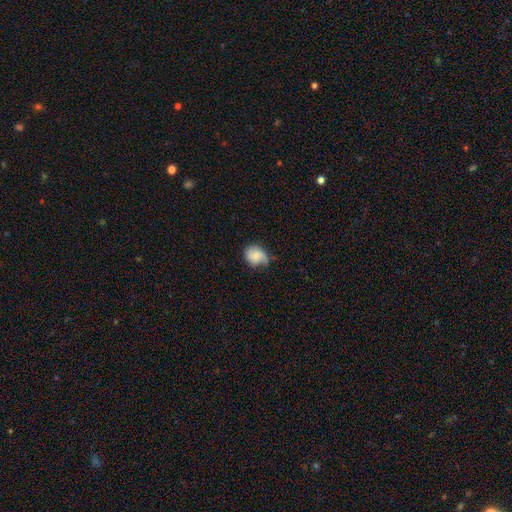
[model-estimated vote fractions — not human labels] Morphology: type=smooth (58%); roundness=round (50%); merging=none (44%).